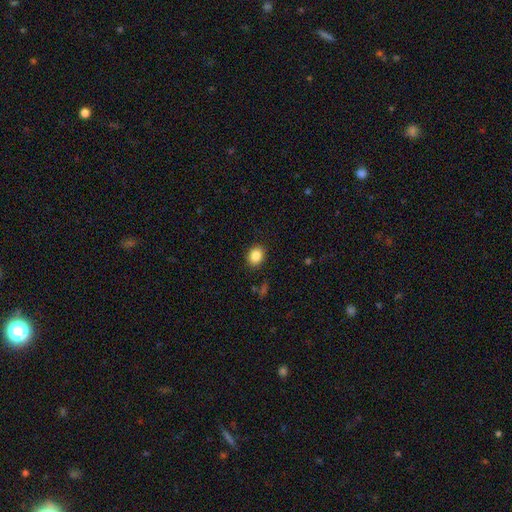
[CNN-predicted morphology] Overall: smooth (86%). How rounded: round (54%; in between 45%). Merging: none (87%).